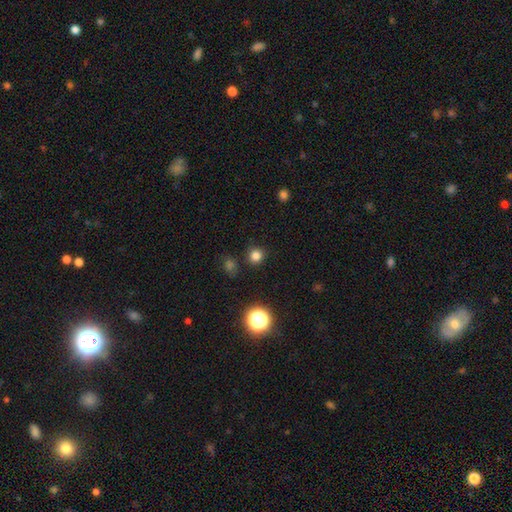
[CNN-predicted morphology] smooth_or_featured: smooth (p=0.79) [alt: star or artifact p=0.17]
how_rounded: round (p=0.92) [alt: in between p=0.07]
merging: none (p=0.87) [alt: minor disturbance p=0.07]